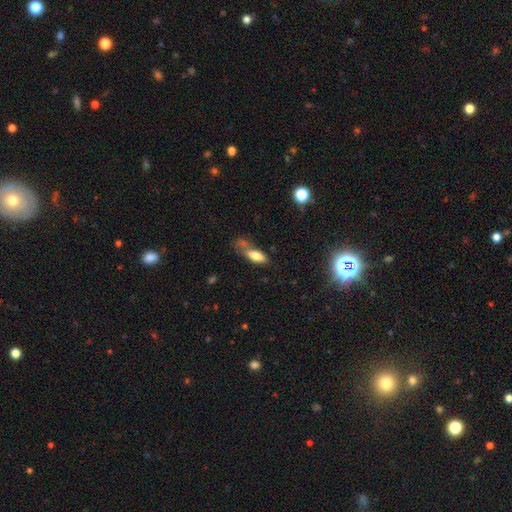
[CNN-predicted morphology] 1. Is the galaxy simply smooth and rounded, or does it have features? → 76% smooth, 16% featured or disk, 8% star or artifact.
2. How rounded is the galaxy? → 76% in between, 21% cigar-shaped, 3% round.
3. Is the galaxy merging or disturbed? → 36% none, 25% minor disturbance, 23% merger, 16% major disturbance.